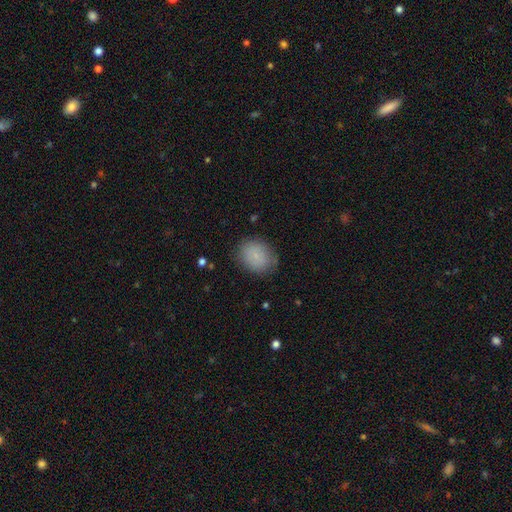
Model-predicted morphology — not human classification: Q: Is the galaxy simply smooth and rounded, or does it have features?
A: smooth — 84%.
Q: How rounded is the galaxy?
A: round — 52%.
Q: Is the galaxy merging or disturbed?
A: none — 80%.